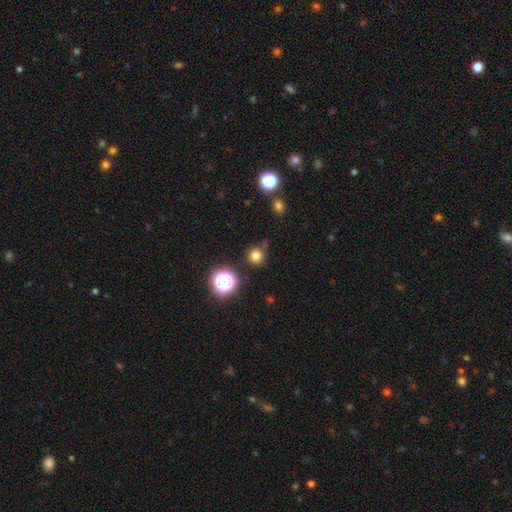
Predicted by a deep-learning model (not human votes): Smooth or featured?
  - smooth: 77% *
  - star or artifact: 18%
  - featured or disk: 5%
How rounded?
  - round: 92% *
  - in between: 7%
  - cigar-shaped: 1%
Merging?
  - none: 78% *
  - minor disturbance: 13%
  - merger: 5%
  - major disturbance: 4%